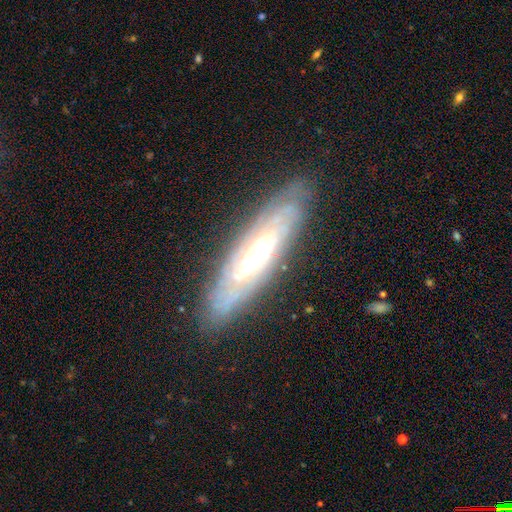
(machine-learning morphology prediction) smooth_or_featured: featured or disk (p=0.77) [alt: smooth p=0.17]
disk_edge_on: no (p=0.66) [alt: yes p=0.34]
bar: no (p=0.48) [alt: weak p=0.32]
has_spiral_arms: yes (p=0.83) [alt: no p=0.17]
bulge_size: moderate (p=0.52) [alt: large p=0.24]
merging: none (p=0.80) [alt: minor disturbance p=0.14]